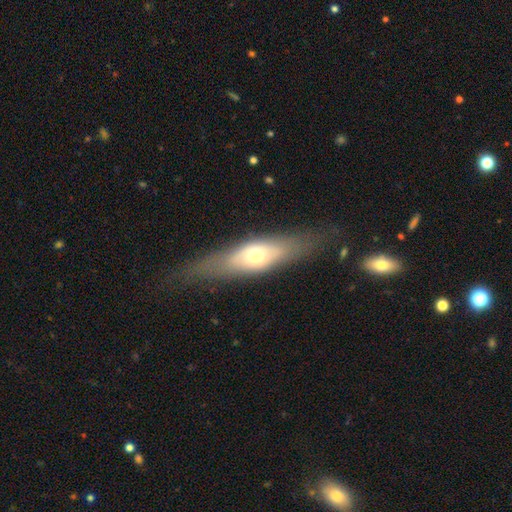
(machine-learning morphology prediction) The model was most divided on "smooth or featured": featured or disk: 47%, smooth: 46%, star or artifact: 7%. More confident: merging — none (72%).